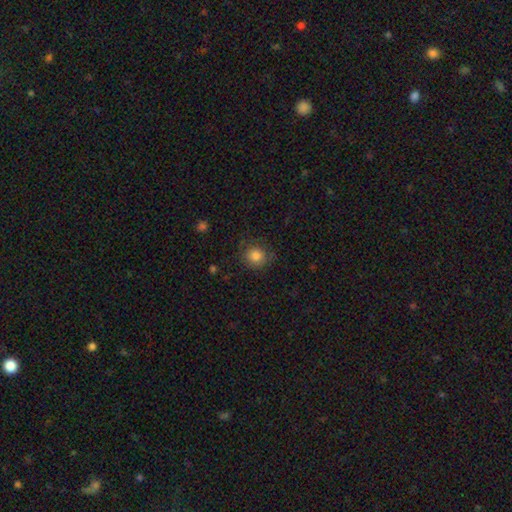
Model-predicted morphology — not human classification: Smooth or featured?
  - smooth: 83% *
  - star or artifact: 10%
  - featured or disk: 6%
How rounded?
  - round: 87% *
  - in between: 12%
  - cigar-shaped: 1%
Merging?
  - none: 78% *
  - minor disturbance: 15%
  - major disturbance: 5%
  - merger: 1%